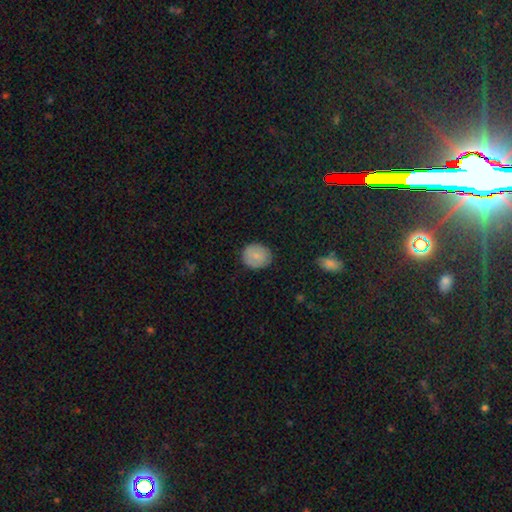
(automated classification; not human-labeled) A smooth galaxy with no disk features (78%) that is round (76%). Merging: none (84%).